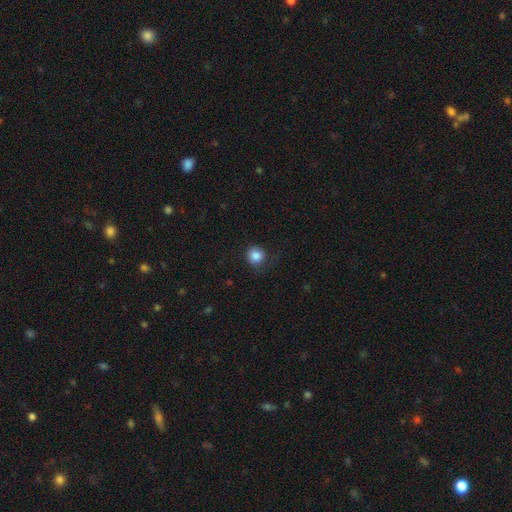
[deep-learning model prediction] Q: Smooth or featured?
A: smooth (85%); runner-up: star or artifact (10%)
Q: How rounded?
A: round (91%); runner-up: in between (8%)
Q: Merging?
A: none (74%); runner-up: minor disturbance (17%)